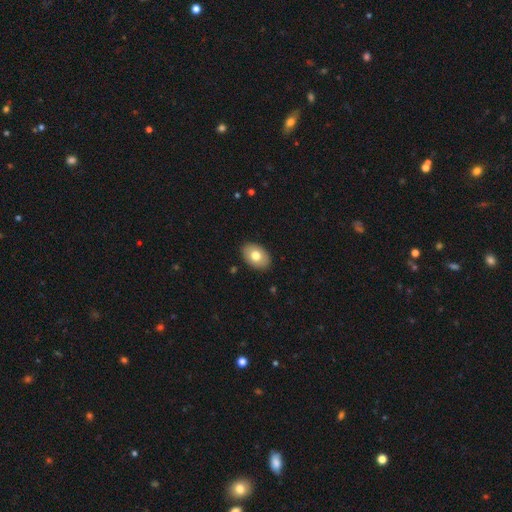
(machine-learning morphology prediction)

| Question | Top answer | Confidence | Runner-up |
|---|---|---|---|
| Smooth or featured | smooth | 75% | featured or disk (18%) |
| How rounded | in between | 84% | round (15%) |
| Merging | none | 89% | minor disturbance (8%) |